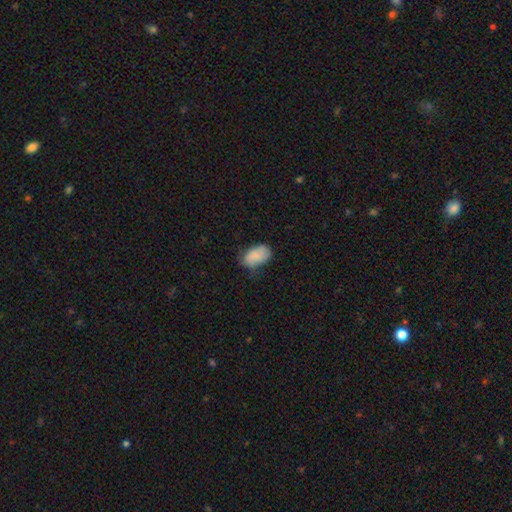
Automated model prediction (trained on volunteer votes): A smooth galaxy with no disk features (84%) that is in between round and cigar-shaped (92%).

Vote fractions:
- Smooth or featured? smooth: 84% / featured or disk: 9% / star or artifact: 7%
- How rounded? in between: 92% / round: 7% / cigar-shaped: 1%
- Merging? none: 57% / minor disturbance: 34% / major disturbance: 7% / merger: 2%